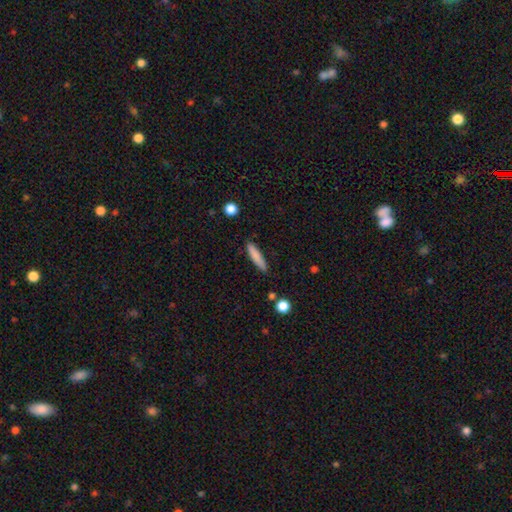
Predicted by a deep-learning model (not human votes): Smooth or featured? Predicted: smooth (p=0.81). How rounded? Predicted: cigar-shaped (p=0.86). Merging? Predicted: none (p=0.85).